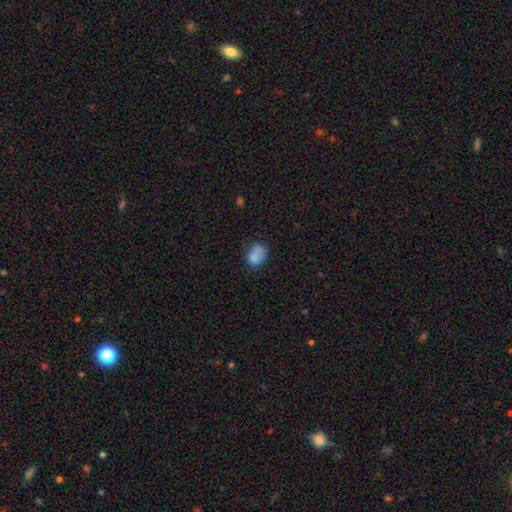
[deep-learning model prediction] Smooth or featured? smooth (80%)
How rounded? in between (77%)
Merging? none (55%)